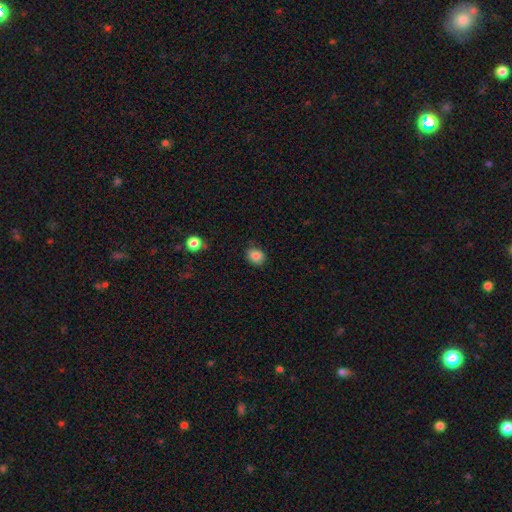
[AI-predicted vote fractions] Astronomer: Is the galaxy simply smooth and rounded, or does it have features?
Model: smooth — 84%.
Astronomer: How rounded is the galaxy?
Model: round — 64%.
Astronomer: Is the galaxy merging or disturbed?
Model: none — 81%.